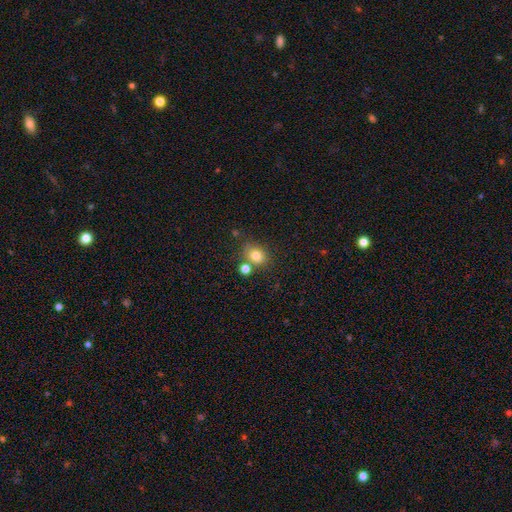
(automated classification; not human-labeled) A smooth galaxy with no disk features (78%) that is round (61%).

Vote fractions:
- Smooth or featured? smooth: 78% / star or artifact: 13% / featured or disk: 9%
- How rounded? round: 61% / in between: 38% / cigar-shaped: 1%
- Merging? none: 66% / merger: 17% / minor disturbance: 13% / major disturbance: 4%